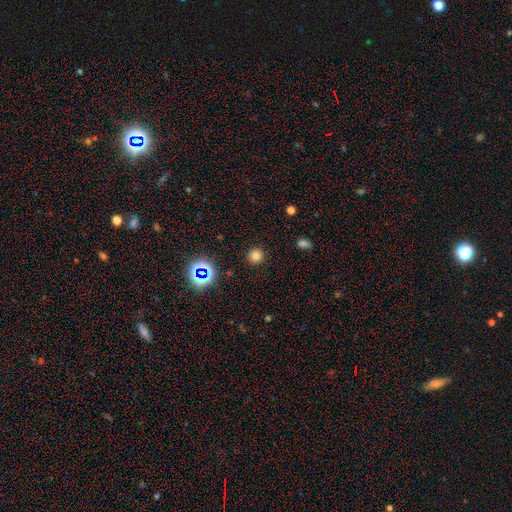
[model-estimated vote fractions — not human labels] Smooth or featured?
  - smooth: 75% *
  - star or artifact: 19%
  - featured or disk: 6%
How rounded?
  - round: 95% *
  - in between: 4%
  - cigar-shaped: 1%
Merging?
  - none: 91% *
  - minor disturbance: 5%
  - major disturbance: 2%
  - merger: 1%